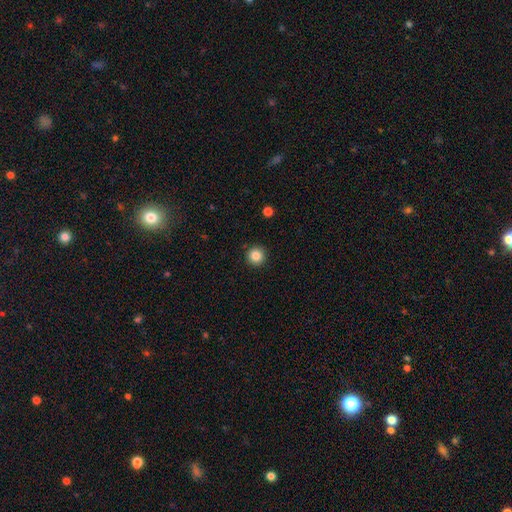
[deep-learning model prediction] smooth-or-featured: smooth: 85% | star or artifact: 11% | featured or disk: 5%
  how-rounded: round: 96% | in between: 3% | cigar-shaped: 1%
  merging: none: 93% | minor disturbance: 5% | major disturbance: 2% | merger: 1%